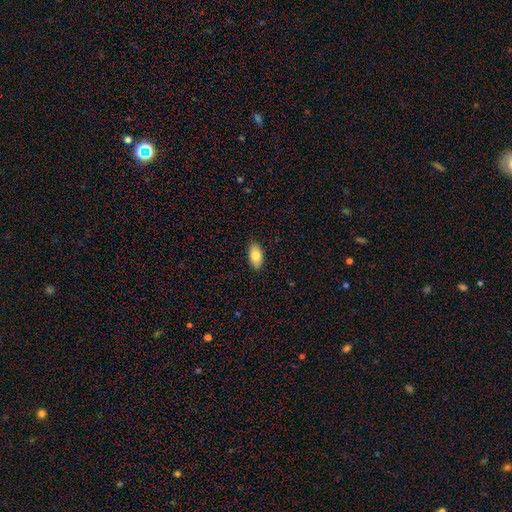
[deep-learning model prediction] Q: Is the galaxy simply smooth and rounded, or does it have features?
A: smooth — 80%.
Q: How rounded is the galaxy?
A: in between — 93%.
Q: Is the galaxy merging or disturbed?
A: none — 89%.